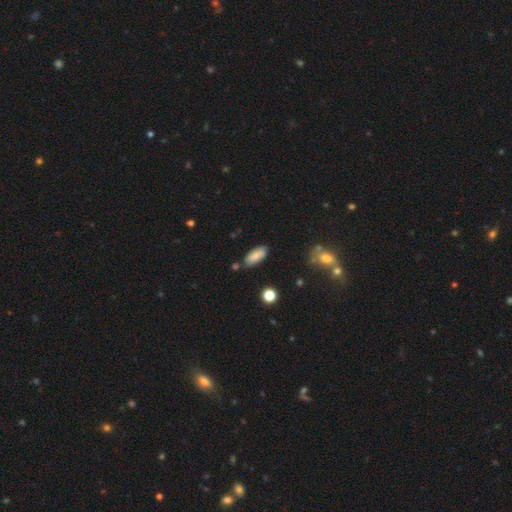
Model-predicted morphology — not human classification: Smooth or featured?
  - smooth: 77% *
  - featured or disk: 15%
  - star or artifact: 8%
How rounded?
  - in between: 83% *
  - cigar-shaped: 15%
  - round: 2%
Merging?
  - none: 77% *
  - minor disturbance: 15%
  - merger: 5%
  - major disturbance: 3%